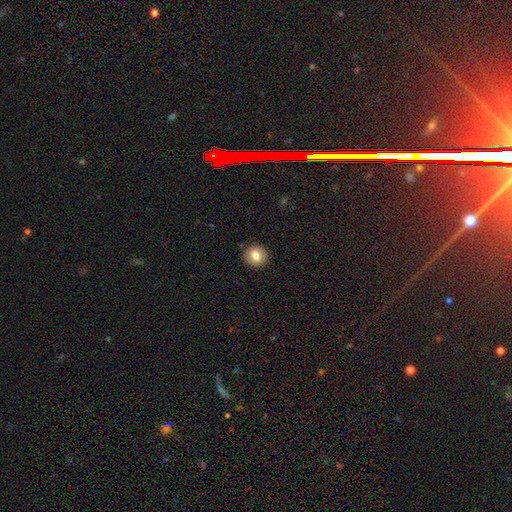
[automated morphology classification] A smooth galaxy with no disk features (78%) that is round (87%).

Vote fractions:
- Smooth or featured? smooth: 78% / featured or disk: 14% / star or artifact: 9%
- How rounded? round: 87% / in between: 12% / cigar-shaped: 1%
- Merging? none: 91% / minor disturbance: 6% / major disturbance: 2% / merger: 1%